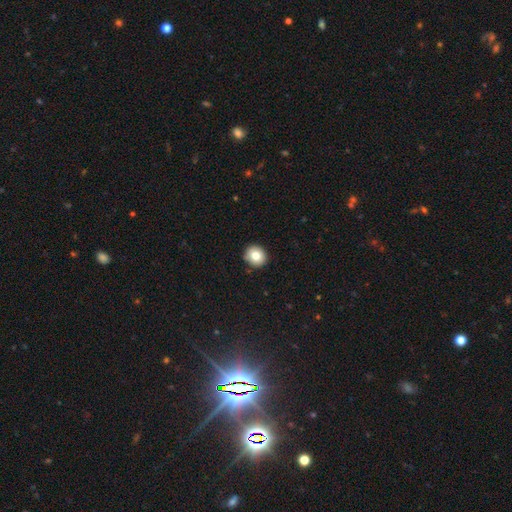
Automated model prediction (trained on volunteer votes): Smooth or featured? smooth (79%)
How rounded? round (84%)
Merging? none (89%)